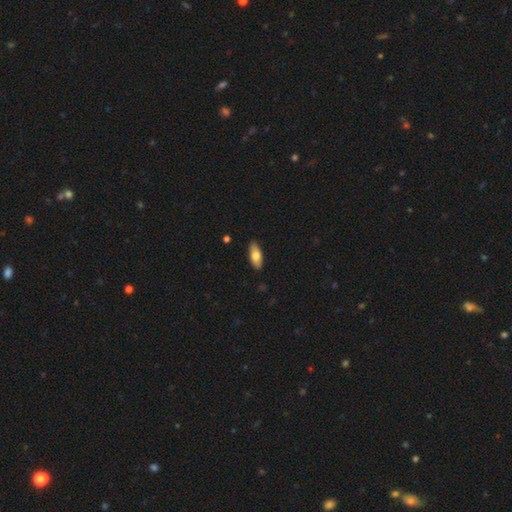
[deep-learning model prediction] Smooth or featured? Predicted: smooth (p=0.76). How rounded? Predicted: in between (p=0.81). Merging? Predicted: none (p=0.88).